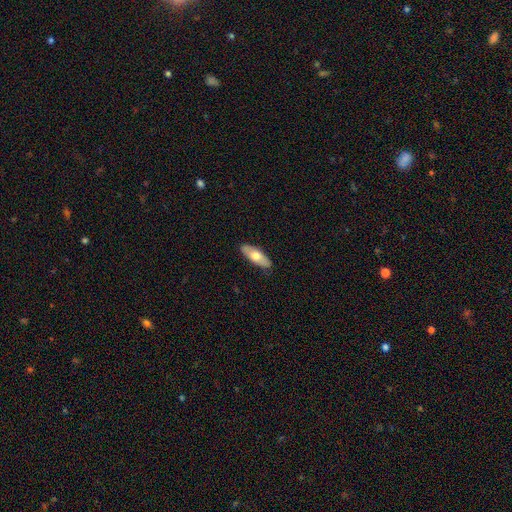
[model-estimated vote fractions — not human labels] A smooth galaxy with no disk features (63%) that is in between round and cigar-shaped (74%).

Vote fractions:
- Smooth or featured? smooth: 63% / featured or disk: 31% / star or artifact: 5%
- How rounded? in between: 74% / cigar-shaped: 23% / round: 2%
- Merging? none: 87% / minor disturbance: 11% / major disturbance: 2% / merger: 1%